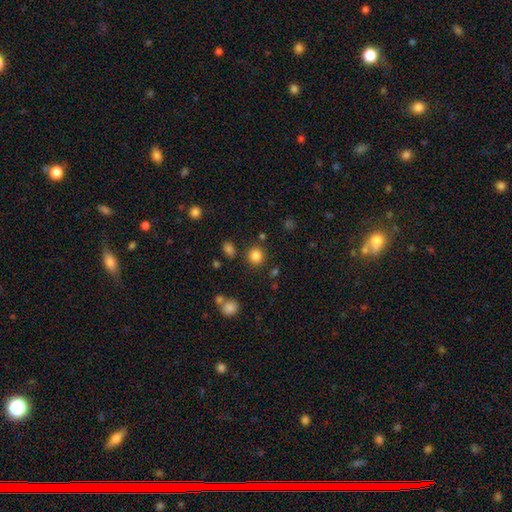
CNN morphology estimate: Smooth or featured? Predicted: smooth (p=0.84). How rounded? Predicted: round (p=0.88). Merging? Predicted: none (p=0.85).